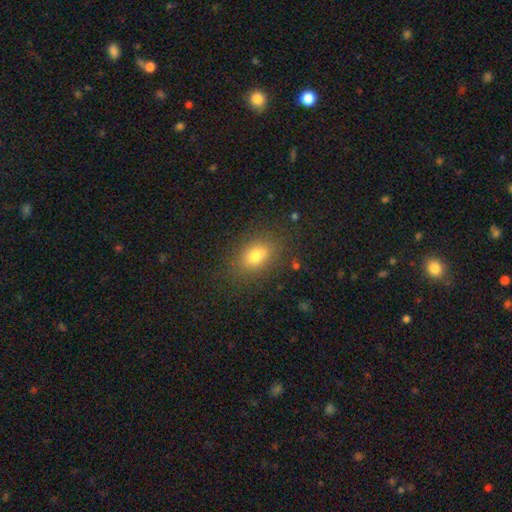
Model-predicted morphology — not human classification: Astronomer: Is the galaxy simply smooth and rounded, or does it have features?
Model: smooth — 75%.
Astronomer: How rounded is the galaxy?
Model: in between — 73%.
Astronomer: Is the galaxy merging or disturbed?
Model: none — 80%.